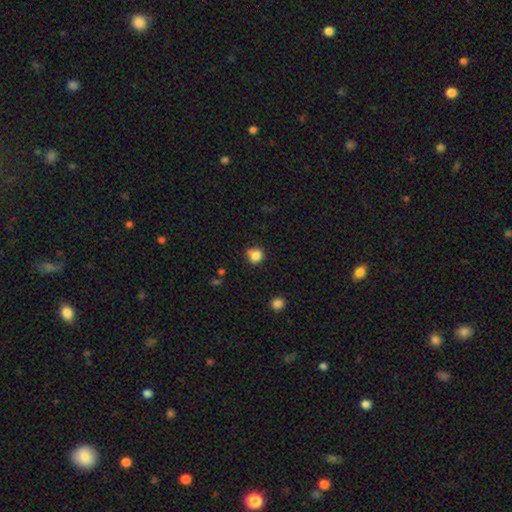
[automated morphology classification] This is clearly a smooth galaxy (83%). How rounded: clearly round (85%). Merging: likely none (72%).